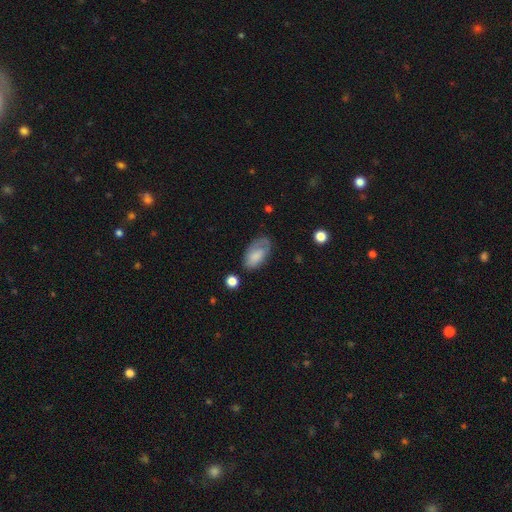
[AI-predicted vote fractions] This appears to be a smooth galaxy with no disk features (70%) that is in between round and cigar-shaped (93%). Merging: none (54%).